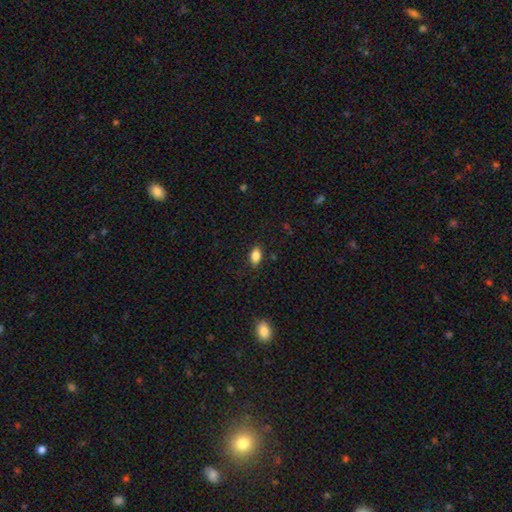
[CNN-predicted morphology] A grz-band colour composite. It shows a smooth galaxy with no disk features (83%) that is in between round and cigar-shaped (88%). Merging: none (85%).